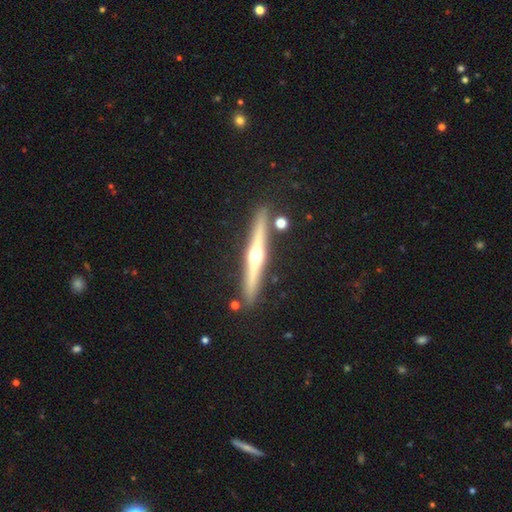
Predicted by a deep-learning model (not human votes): A featured or disk galaxy (73%) viewed edge-on (98%) with a rounded central bulge (93%).

Vote fractions:
- Smooth or featured? featured or disk: 73% / smooth: 21% / star or artifact: 6%
- Edge-on disk? yes: 98% / no: 2%
- Edge-on bulge? rounded: 93% / none: 4% / boxy: 3%
- Merging? none: 87% / minor disturbance: 8% / merger: 4% / major disturbance: 2%